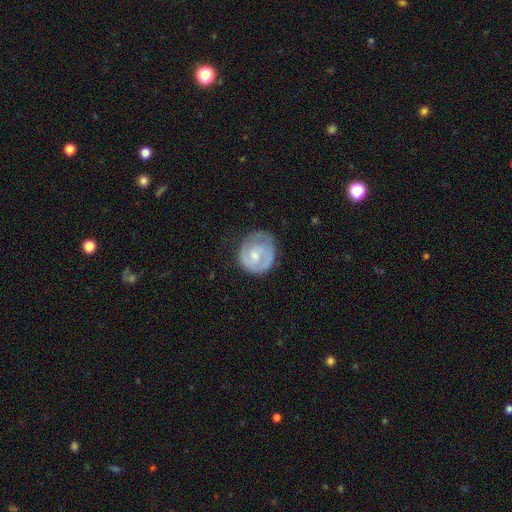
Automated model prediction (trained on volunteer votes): Smooth or featured? featured or disk (62%)
Edge-on disk? no (98%)
Bar? no (59%)
Spiral arms? yes (80%)
Bulge size? moderate (45%, tied with small)
Merging? none (64%)